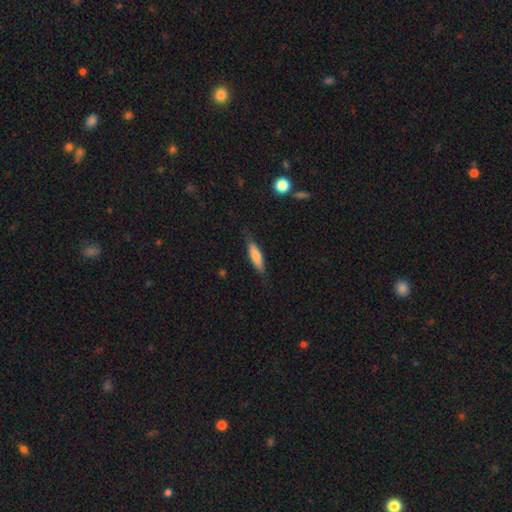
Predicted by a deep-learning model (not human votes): Overall: smooth (69%). How rounded: cigar-shaped (68%; in between 30%). Merging: none (78%).